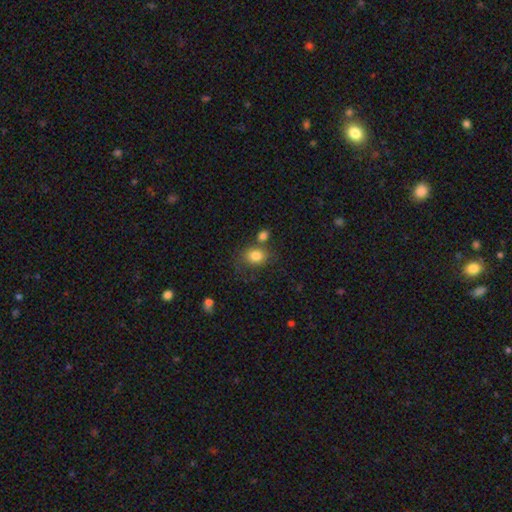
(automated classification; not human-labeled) Smooth or featured: smooth — 82% (star or artifact — 10%)
How rounded: in between — 55% (round — 44%)
Merging: none — 62% (merger — 18%)